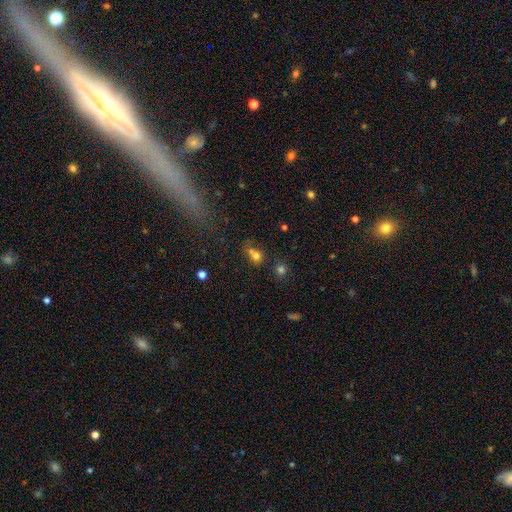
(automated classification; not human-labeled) smooth-or-featured: smooth: 71% | star or artifact: 17% | featured or disk: 12%
  how-rounded: round: 66% | in between: 33% | cigar-shaped: 2%
  merging: merger: 45% | none: 36% | minor disturbance: 12% | major disturbance: 7%